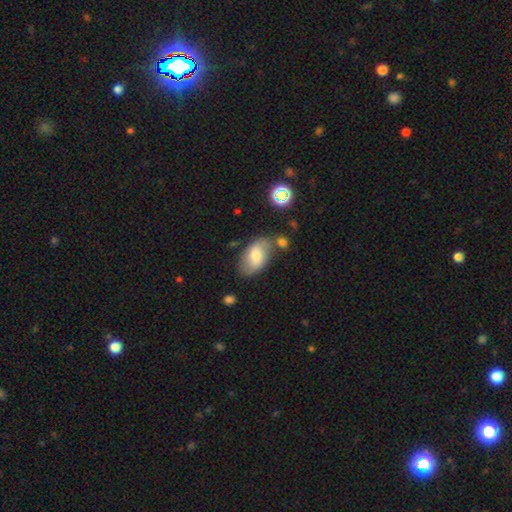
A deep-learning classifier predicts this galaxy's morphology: smooth 65%, featured or disk 27%, star or artifact 8%. Down the decision tree: how rounded — in between (93%); merging — none (60%).